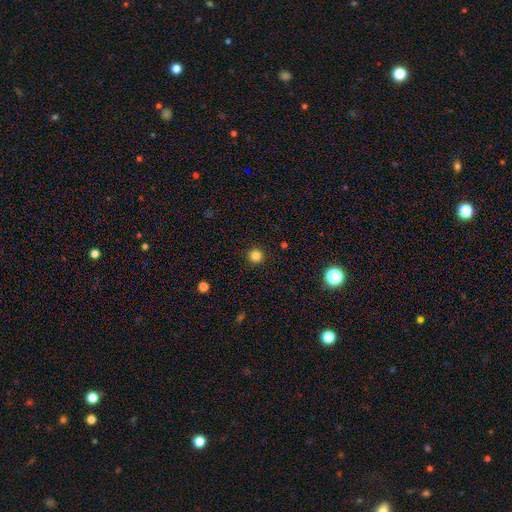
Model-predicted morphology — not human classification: A smooth galaxy with no disk features (83%) that is round (96%).

Vote fractions:
- Smooth or featured? smooth: 83% / star or artifact: 13% / featured or disk: 4%
- How rounded? round: 96% / in between: 4% / cigar-shaped: 1%
- Merging? none: 92% / minor disturbance: 5% / major disturbance: 2% / merger: 1%